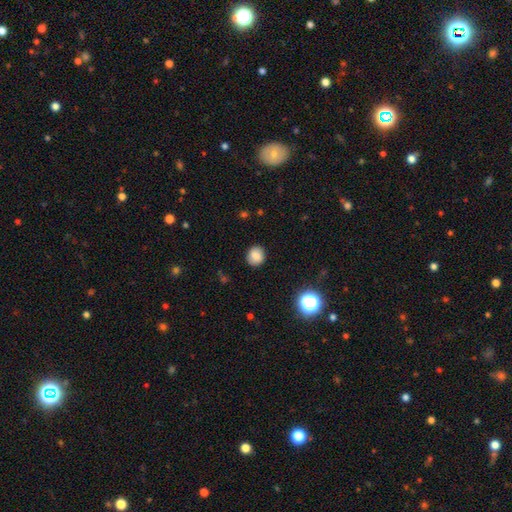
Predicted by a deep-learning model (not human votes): A smooth galaxy with no disk features (83%) that is round (80%).

Vote fractions:
- Smooth or featured? smooth: 83% / star or artifact: 11% / featured or disk: 6%
- How rounded? round: 80% / in between: 20% / cigar-shaped: 1%
- Merging? none: 87% / minor disturbance: 9% / major disturbance: 3% / merger: 1%